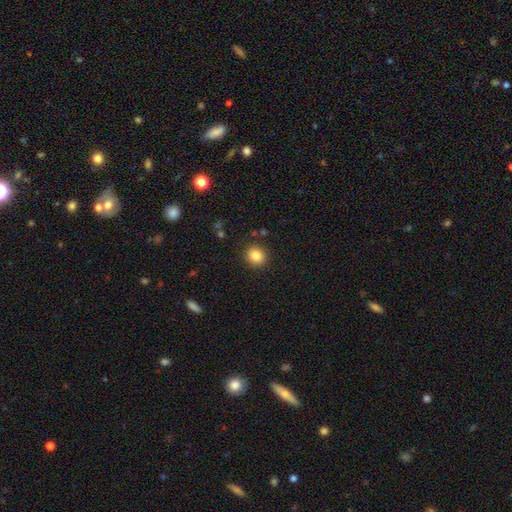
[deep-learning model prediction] Q: Smooth or featured?
A: smooth (84%); runner-up: star or artifact (10%)
Q: How rounded?
A: round (81%); runner-up: in between (18%)
Q: Merging?
A: none (89%); runner-up: minor disturbance (7%)